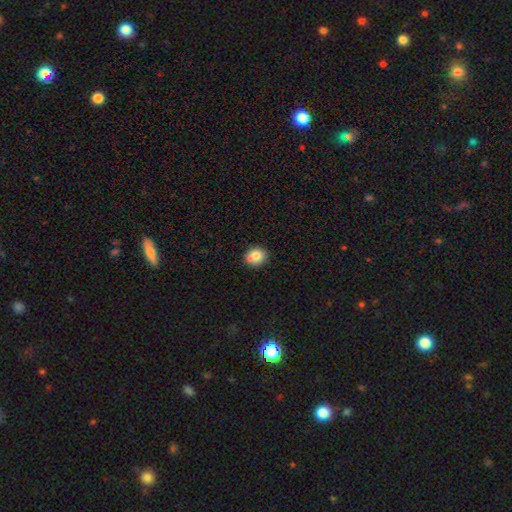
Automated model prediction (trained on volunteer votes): This is clearly a smooth galaxy (81%). How rounded: likely round (67%). Merging: likely none (79%).